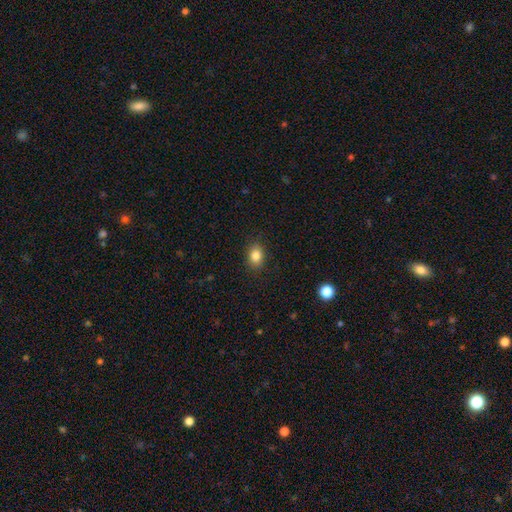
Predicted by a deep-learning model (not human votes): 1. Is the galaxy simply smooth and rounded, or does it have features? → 84% smooth, 10% star or artifact, 6% featured or disk.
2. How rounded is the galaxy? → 64% in between, 35% round, 1% cigar-shaped.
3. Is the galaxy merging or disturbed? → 88% none, 9% minor disturbance, 2% major disturbance, 1% merger.